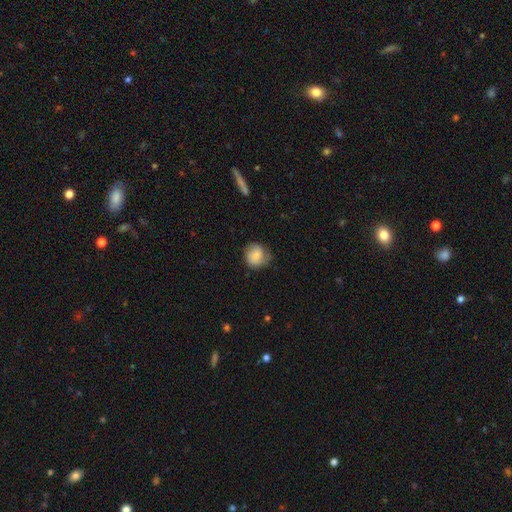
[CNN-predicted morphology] smooth 74%, featured or disk 19%, star or artifact 7%. Down the decision tree: how rounded — round (83%); merging — none (62%).